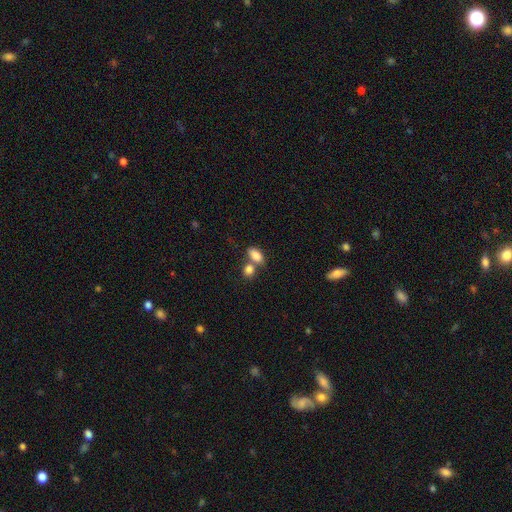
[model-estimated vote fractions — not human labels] smooth-or-featured: smooth: 84% | star or artifact: 9% | featured or disk: 7%
  how-rounded: in between: 87% | round: 10% | cigar-shaped: 3%
  merging: none: 42% (tied) | merger: 42% (tied) | minor disturbance: 11% | major disturbance: 5%